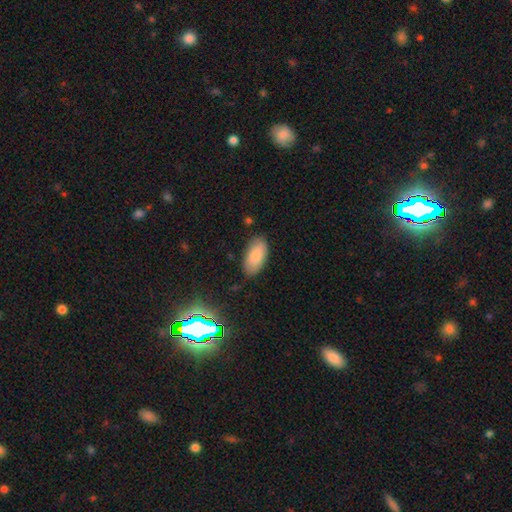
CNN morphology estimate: A smooth galaxy with no disk features (84%) that is in between round and cigar-shaped (93%).

Vote fractions:
- Smooth or featured? smooth: 84% / featured or disk: 9% / star or artifact: 7%
- How rounded? in between: 93% / cigar-shaped: 4% / round: 2%
- Merging? none: 82% / minor disturbance: 14% / major disturbance: 3% / merger: 2%